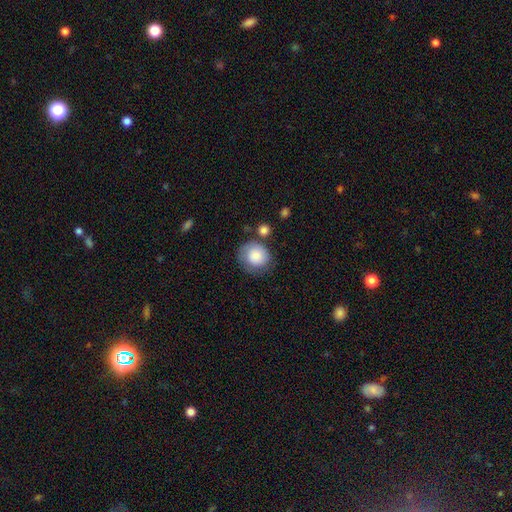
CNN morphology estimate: type=smooth (80%); roundness=round (82%); merging=none (64%).